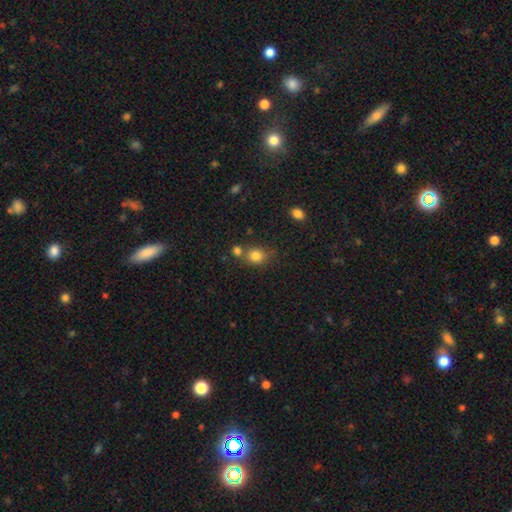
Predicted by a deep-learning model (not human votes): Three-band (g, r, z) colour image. It shows a smooth galaxy with no disk features (82%) that is round (71%). Merging: none (57%).